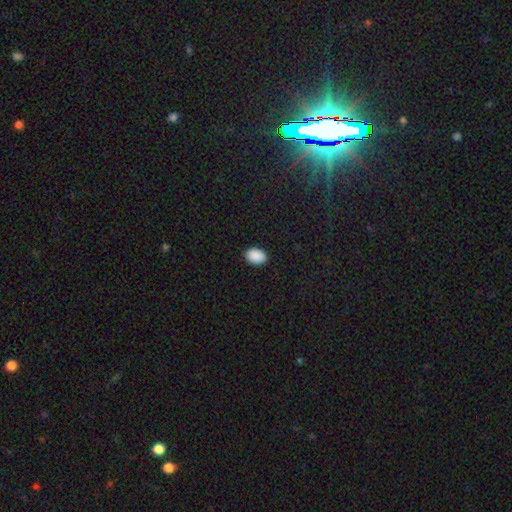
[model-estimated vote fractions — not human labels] smooth 91%, star or artifact 7%, featured or disk 2%. Down the decision tree: how rounded — in between (81%); merging — none (90%).